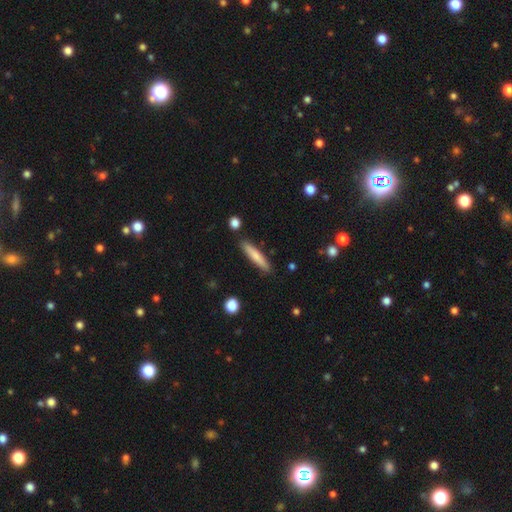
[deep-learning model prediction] Smooth or featured?
  - smooth: 75% *
  - featured or disk: 20%
  - star or artifact: 6%
How rounded?
  - cigar-shaped: 89% *
  - in between: 9%
  - round: 1%
Merging?
  - none: 87% *
  - minor disturbance: 9%
  - merger: 2%
  - major disturbance: 2%